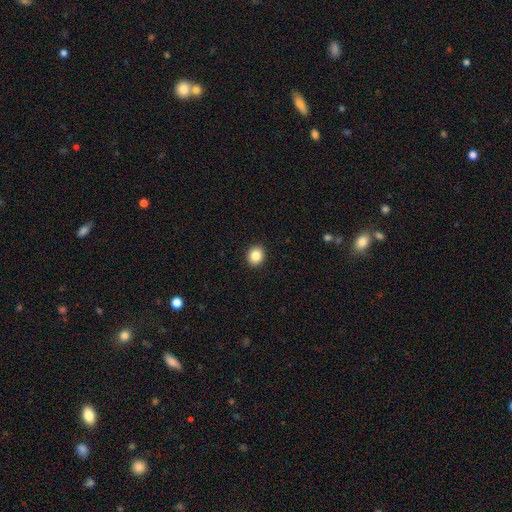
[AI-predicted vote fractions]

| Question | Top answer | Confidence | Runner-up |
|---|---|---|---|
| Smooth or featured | smooth | 86% | star or artifact (9%) |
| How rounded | round | 69% | in between (30%) |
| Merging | none | 92% | minor disturbance (5%) |